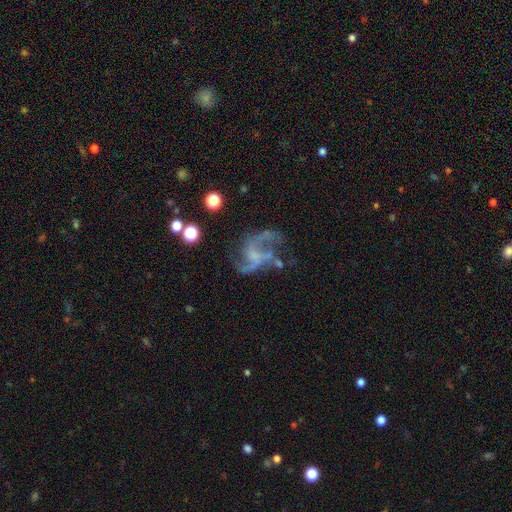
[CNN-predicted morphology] type=featured or disk (81%); edge-on=no (98%); bar=no (54%); spiral arms=yes (88%); winding=loose (65%); arm count=2 (65%); bulge=none (57%); merging=none (46%).